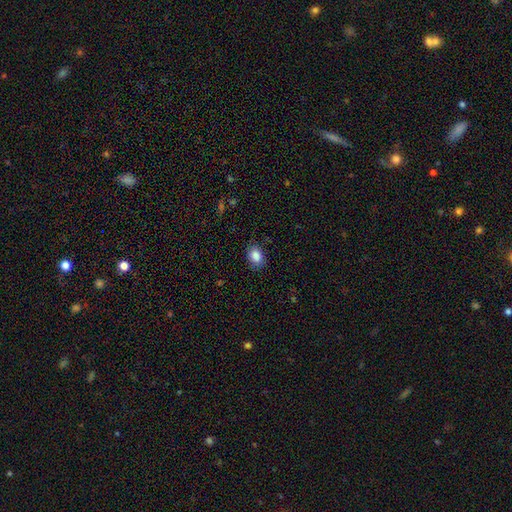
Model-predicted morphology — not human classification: smooth 86%, star or artifact 8%, featured or disk 5%. Down the decision tree: how rounded — in between (70%); merging — none (81%).